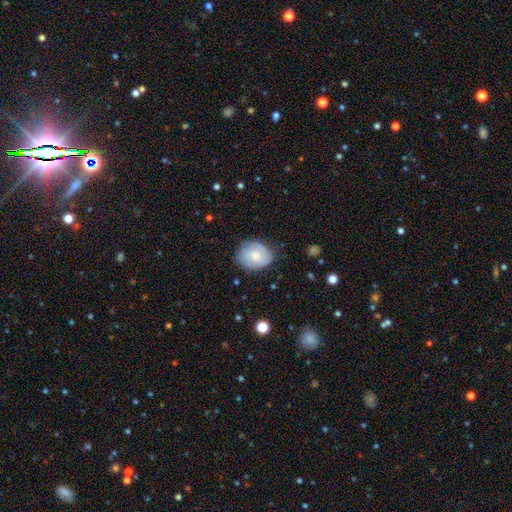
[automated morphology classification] This appears to be a featured or disk galaxy (48%). Merging: none (69%).